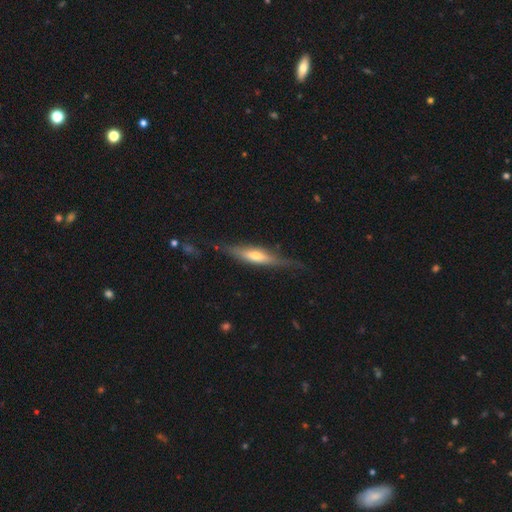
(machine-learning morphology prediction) smooth_or_featured: featured or disk (p=0.57) [alt: smooth p=0.37]
disk_edge_on: yes (p=0.88) [alt: no p=0.12]
merging: none (p=0.74) [alt: minor disturbance p=0.19]